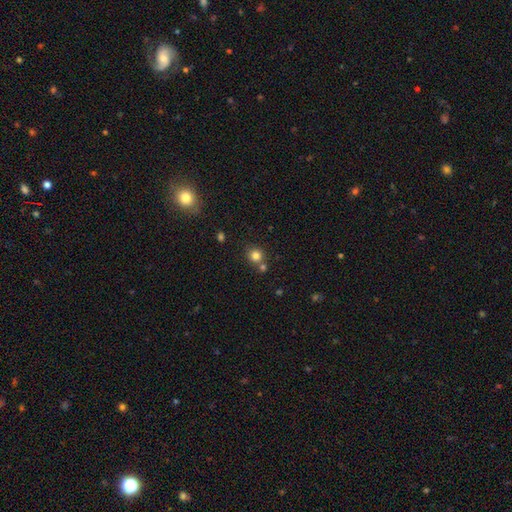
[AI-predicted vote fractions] smooth_or_featured: smooth (p=0.81) [alt: star or artifact p=0.13]
how_rounded: round (p=0.89) [alt: in between p=0.10]
merging: none (p=0.68) [alt: merger p=0.20]